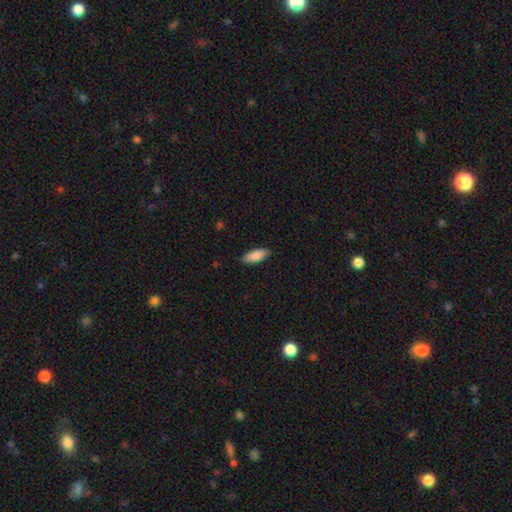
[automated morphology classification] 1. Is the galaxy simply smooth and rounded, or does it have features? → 87% smooth, 7% featured or disk, 6% star or artifact.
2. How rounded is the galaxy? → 75% in between, 23% cigar-shaped, 2% round.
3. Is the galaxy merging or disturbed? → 86% none, 11% minor disturbance, 2% major disturbance, 1% merger.